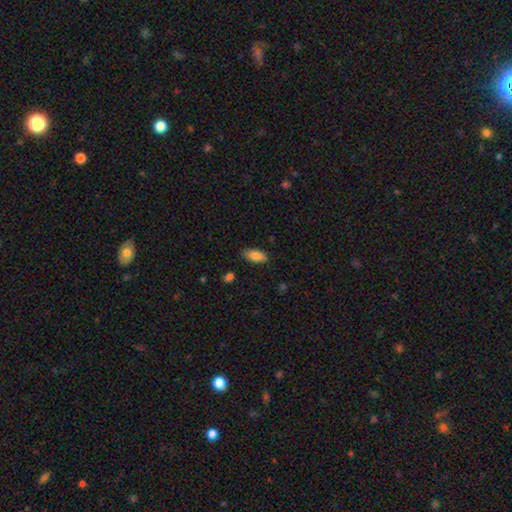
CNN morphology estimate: A smooth galaxy with no disk features (85%) that is in between round and cigar-shaped (89%).

Vote fractions:
- Smooth or featured? smooth: 85% / featured or disk: 8% / star or artifact: 7%
- How rounded? in between: 89% / cigar-shaped: 9% / round: 2%
- Merging? none: 85% / minor disturbance: 12% / major disturbance: 2% / merger: 1%